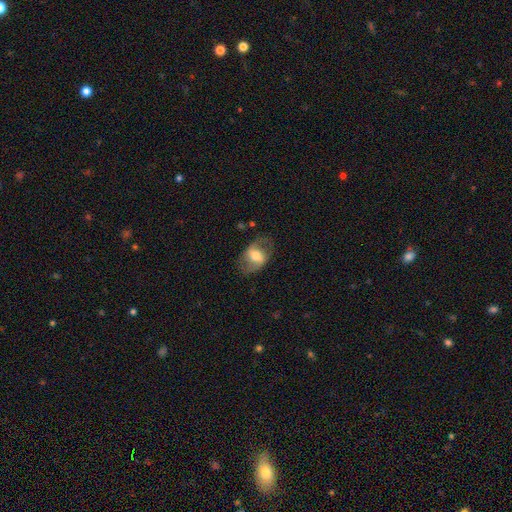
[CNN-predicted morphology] A featured or disk galaxy (51%).

Vote fractions:
- Smooth or featured? featured or disk: 51% / smooth: 42% / star or artifact: 7%
- Edge-on disk? no: 92% / yes: 8%
- Merging? none: 68% / minor disturbance: 19% / major disturbance: 11% / merger: 2%